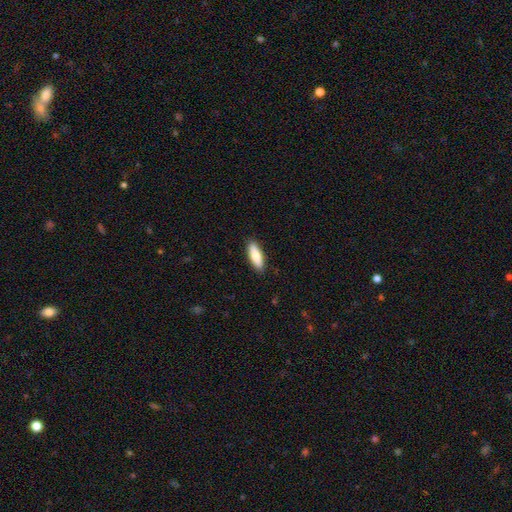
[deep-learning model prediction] Q: Smooth or featured?
A: smooth (77%); runner-up: featured or disk (17%)
Q: How rounded?
A: in between (54%); runner-up: cigar-shaped (44%)
Q: Merging?
A: none (89%); runner-up: minor disturbance (8%)